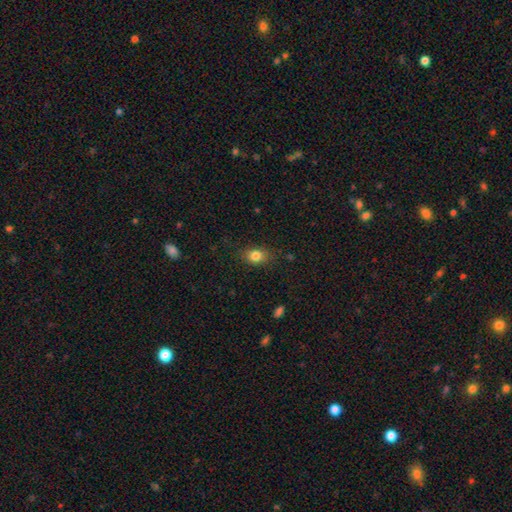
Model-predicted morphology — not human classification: Smooth or featured? Predicted: smooth (p=0.83). How rounded? Predicted: in between (p=0.63). Merging? Predicted: none (p=0.82).